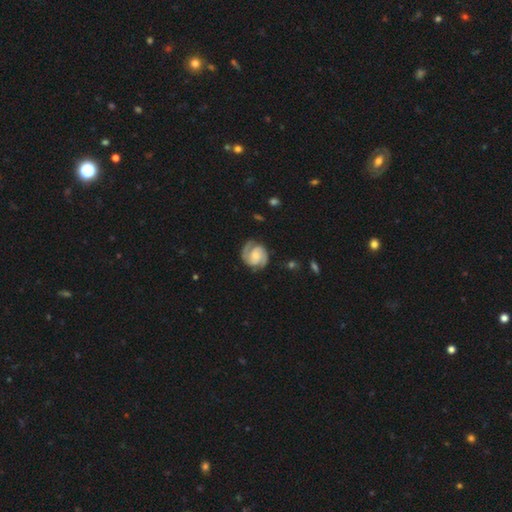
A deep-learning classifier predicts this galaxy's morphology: Smooth or featured? Predicted: featured or disk (p=0.85). Edge-on disk? Predicted: no (p=0.98). Bar? Predicted: no (p=0.54). Spiral arms? Predicted: yes (p=0.97). Spiral winding? Predicted: tight (p=0.51). Spiral arm count? Predicted: 2 (p=0.89). Bulge size? Predicted: small (p=0.44). Merging? Predicted: none (p=0.79).